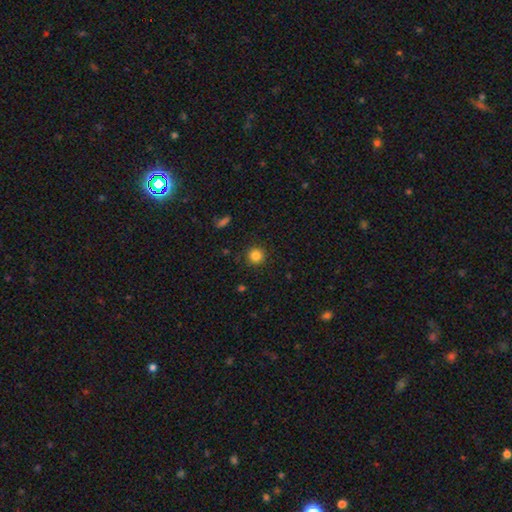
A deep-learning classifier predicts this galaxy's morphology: Q: Smooth or featured?
A: smooth (84%); runner-up: star or artifact (12%)
Q: How rounded?
A: round (95%); runner-up: in between (4%)
Q: Merging?
A: none (91%); runner-up: minor disturbance (6%)